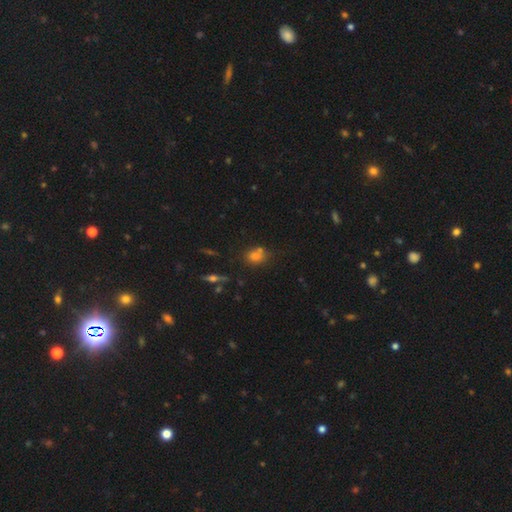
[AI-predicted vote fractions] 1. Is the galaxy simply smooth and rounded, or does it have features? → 68% smooth, 18% star or artifact, 14% featured or disk.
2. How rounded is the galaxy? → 54% round, 44% in between, 2% cigar-shaped.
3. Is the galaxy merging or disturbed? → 59% none, 21% merger, 15% minor disturbance, 4% major disturbance.